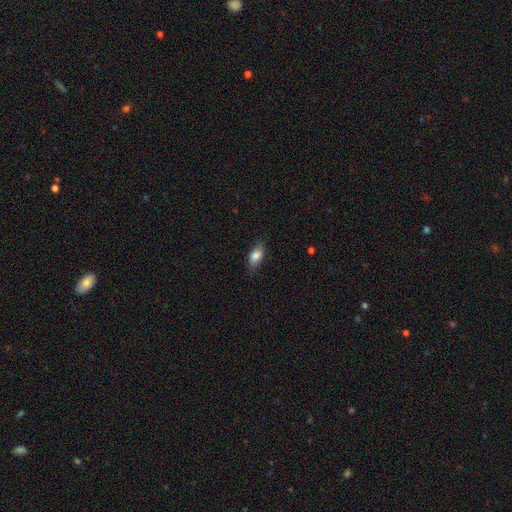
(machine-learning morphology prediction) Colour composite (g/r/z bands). It shows a smooth galaxy with no disk features (83%) that is in between round and cigar-shaped (87%). Merging: none (80%).